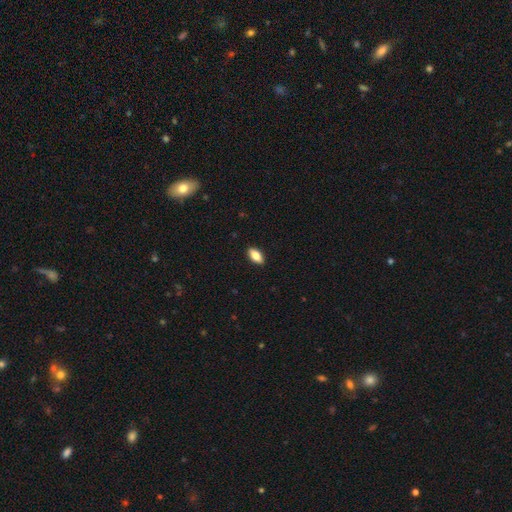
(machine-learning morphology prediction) smooth_or_featured: smooth (p=0.83) [alt: featured or disk p=0.10]
how_rounded: in between (p=0.90) [alt: cigar-shaped p=0.07]
merging: none (p=0.90) [alt: minor disturbance p=0.07]